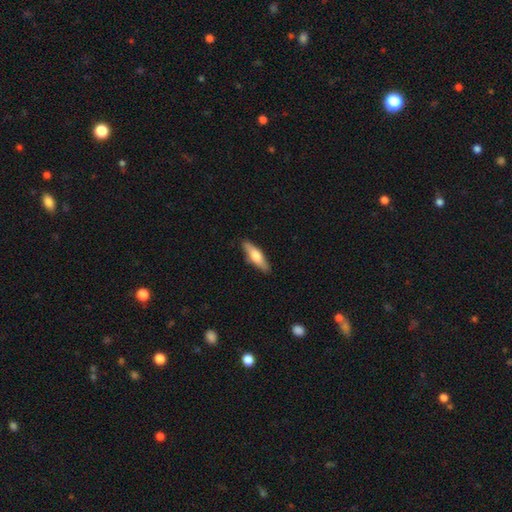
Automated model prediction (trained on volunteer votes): Q: Smooth or featured?
A: smooth (61%); runner-up: featured or disk (34%)
Q: How rounded?
A: cigar-shaped (63%); runner-up: in between (35%)
Q: Merging?
A: none (87%); runner-up: minor disturbance (10%)